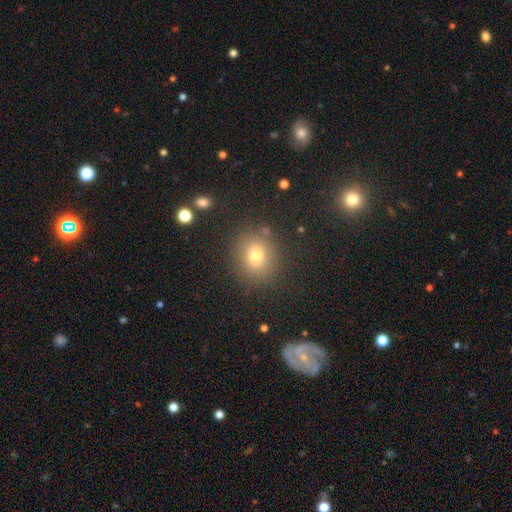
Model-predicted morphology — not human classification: Smooth or featured: smooth — 75% (star or artifact — 16%)
How rounded: round — 72% (in between — 27%)
Merging: none — 84% (minor disturbance — 9%)